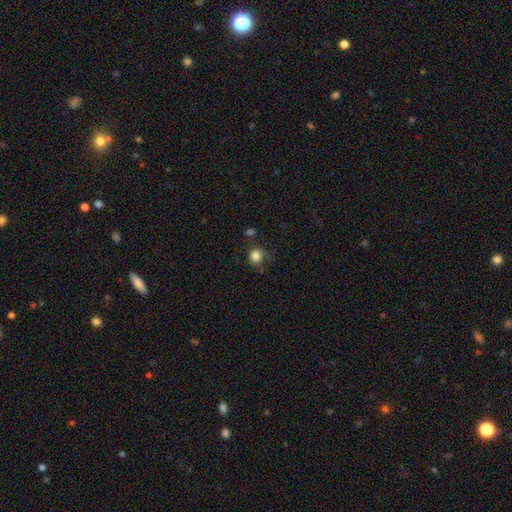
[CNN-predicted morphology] This appears to be a smooth galaxy with no disk features (83%) that is round (83%). Merging: none (59%).